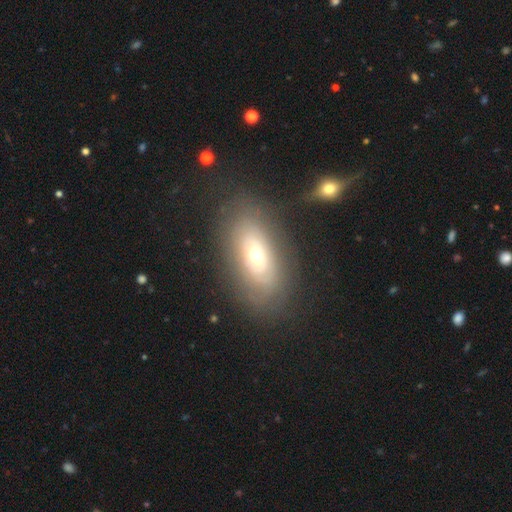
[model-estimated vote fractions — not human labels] Smooth or featured? Predicted: featured or disk (p=0.46). Merging? Predicted: none (p=0.77).